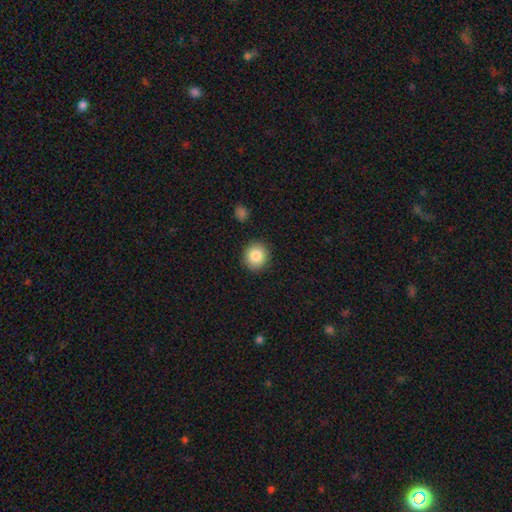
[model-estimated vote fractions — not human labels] This appears to be a smooth galaxy with no disk features (85%) that is round (89%). Merging: none (90%).